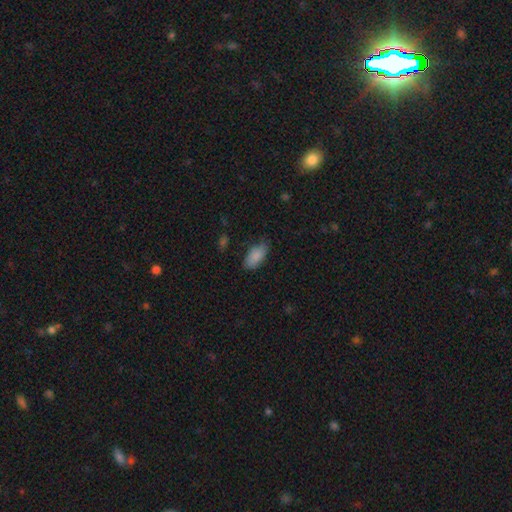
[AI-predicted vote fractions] This is clearly a smooth galaxy (86%). How rounded: clearly in between (90%). Merging: likely none (72%).